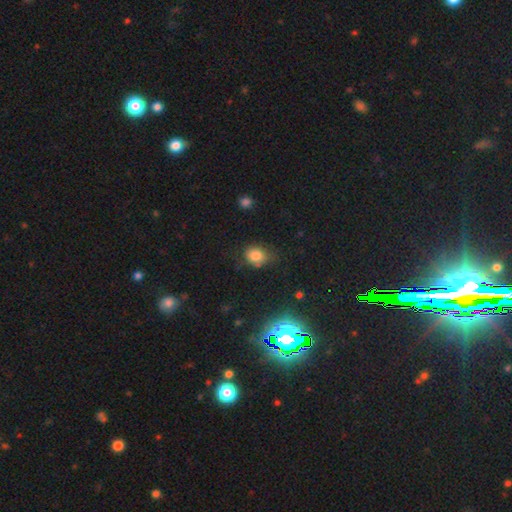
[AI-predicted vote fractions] smooth-or-featured: smooth: 78% | star or artifact: 13% | featured or disk: 9%
  how-rounded: round: 51% | in between: 47% | cigar-shaped: 1%
  merging: none: 59% | minor disturbance: 29% | major disturbance: 10% | merger: 3%